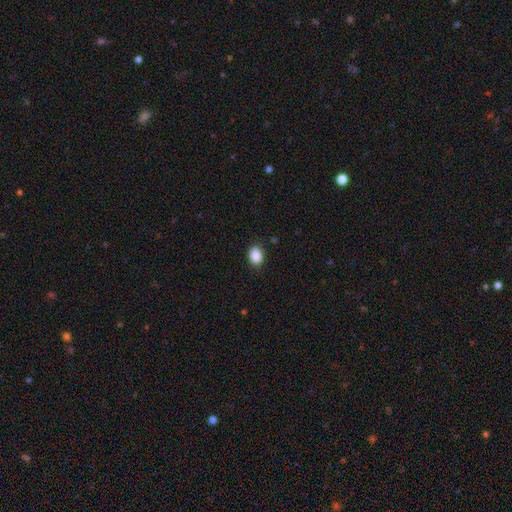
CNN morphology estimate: smooth 89%, star or artifact 8%, featured or disk 3%. Down the decision tree: how rounded — in between (73%); merging — none (84%).